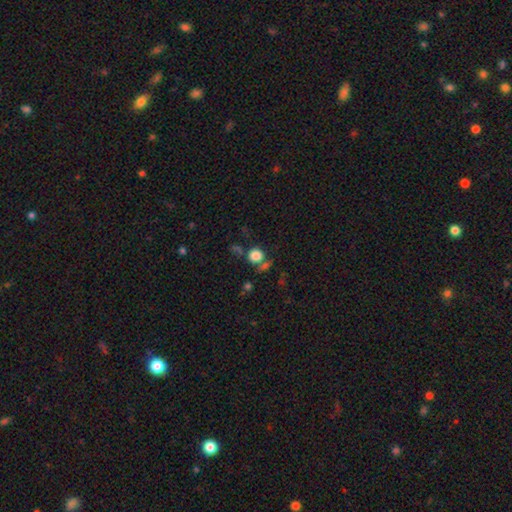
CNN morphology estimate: A smooth galaxy with no disk features (81%) that is round (89%).

Vote fractions:
- Smooth or featured? smooth: 81% / star or artifact: 13% / featured or disk: 6%
- How rounded? round: 89% / in between: 10% / cigar-shaped: 1%
- Merging? none: 63% / merger: 18% / minor disturbance: 12% / major disturbance: 6%